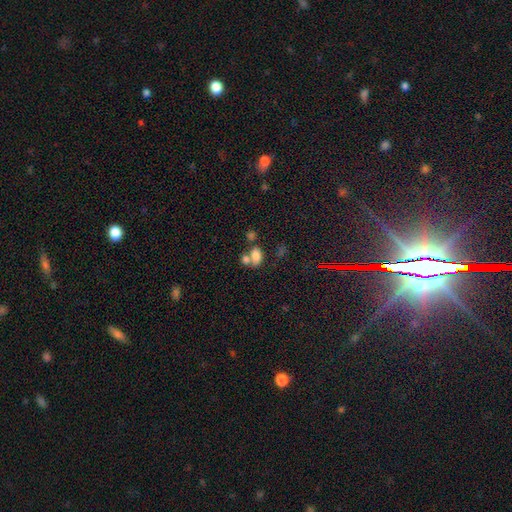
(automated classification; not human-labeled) A smooth galaxy with no disk features (76%) that is in between round and cigar-shaped (85%).

Vote fractions:
- Smooth or featured? smooth: 76% / star or artifact: 12% / featured or disk: 11%
- How rounded? in between: 85% / round: 13% / cigar-shaped: 2%
- Merging? merger: 52% / none: 32% / minor disturbance: 10% / major disturbance: 6%